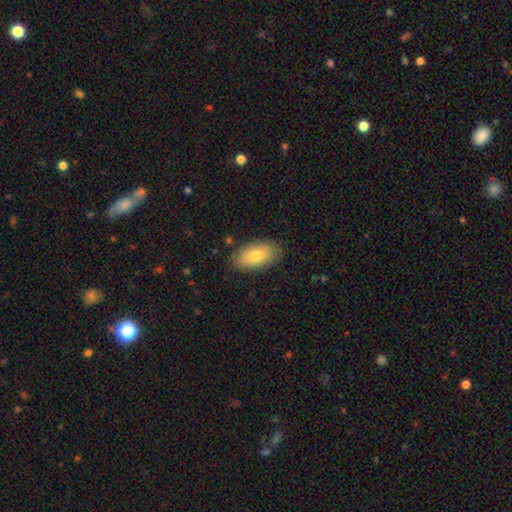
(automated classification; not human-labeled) Smooth or featured? Predicted: smooth (p=0.75). How rounded? Predicted: in between (p=0.93). Merging? Predicted: none (p=0.85).